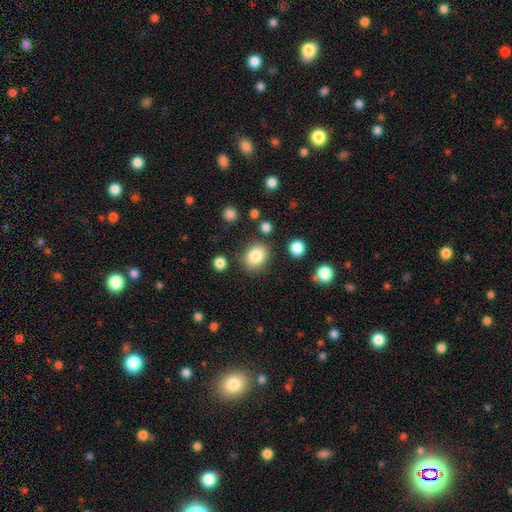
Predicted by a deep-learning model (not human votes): Overall: smooth (83%). How rounded: round (56%; in between 43%). Merging: none (81%).